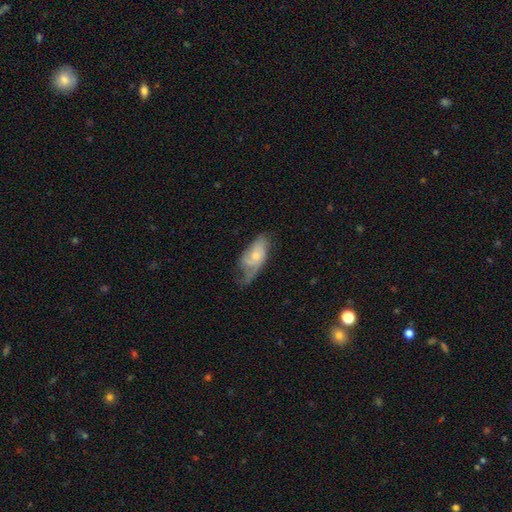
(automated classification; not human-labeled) Smooth or featured? Predicted: featured or disk (p=0.54). Edge-on disk? Predicted: no (p=0.92). Merging? Predicted: none (p=0.35).